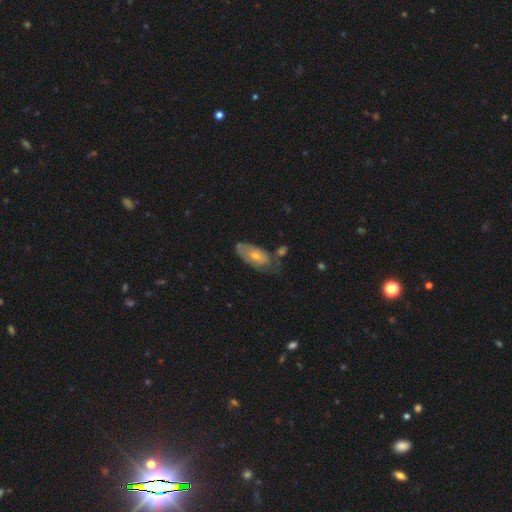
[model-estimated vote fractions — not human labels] Morphology: type=smooth (55%); roundness=in between (89%); merging=none (43%).